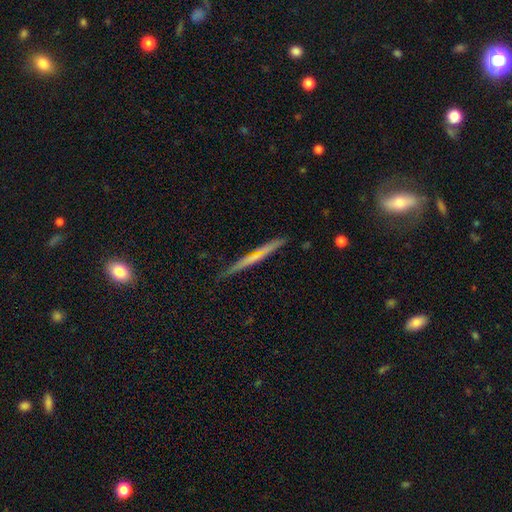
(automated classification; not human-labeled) Q: Smooth or featured?
A: featured or disk (51%); runner-up: smooth (43%)
Q: Edge-on disk?
A: yes (95%); runner-up: no (5%)
Q: Merging?
A: none (84%); runner-up: minor disturbance (12%)